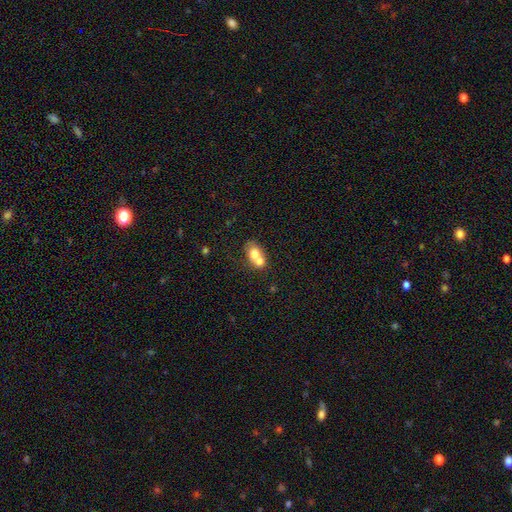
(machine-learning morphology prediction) Smooth or featured?
  - smooth: 67% *
  - featured or disk: 25%
  - star or artifact: 9%
How rounded?
  - in between: 59% *
  - round: 39%
  - cigar-shaped: 2%
Merging?
  - merger: 68% *
  - none: 21%
  - minor disturbance: 7%
  - major disturbance: 4%